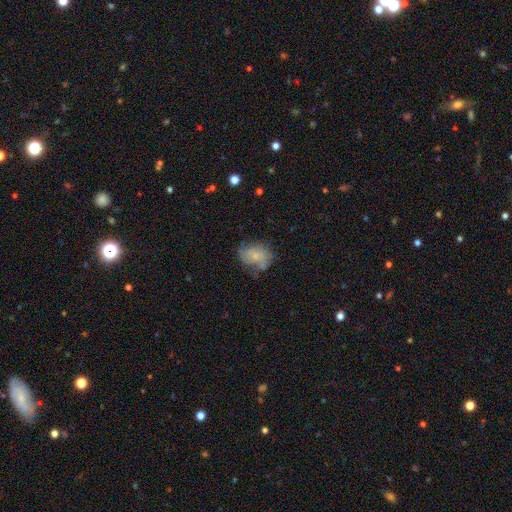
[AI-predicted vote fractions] Smooth or featured?
  - smooth: 62% *
  - featured or disk: 30%
  - star or artifact: 9%
How rounded?
  - in between: 62% *
  - round: 37%
  - cigar-shaped: 1%
Merging?
  - none: 49% *
  - minor disturbance: 31%
  - major disturbance: 14%
  - merger: 6%